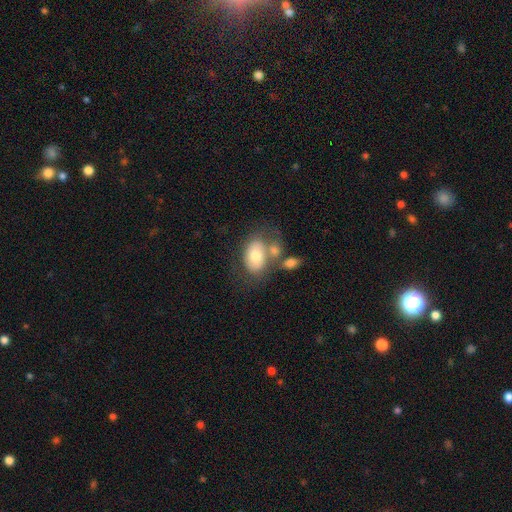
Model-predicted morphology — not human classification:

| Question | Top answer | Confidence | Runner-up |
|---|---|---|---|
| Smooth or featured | smooth | 69% | featured or disk (24%) |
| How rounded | in between | 83% | round (16%) |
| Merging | none | 43% | merger (31%) |